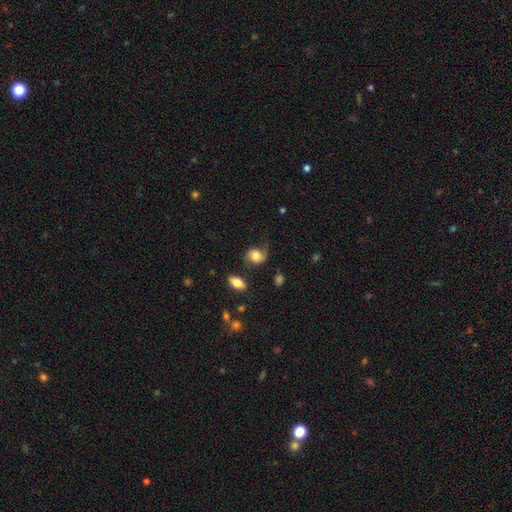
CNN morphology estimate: The model was most divided on "how rounded": round: 51%, in between: 47%, cigar-shaped: 1%. Remaining: smooth or featured — smooth (56%); merging — none (47%).